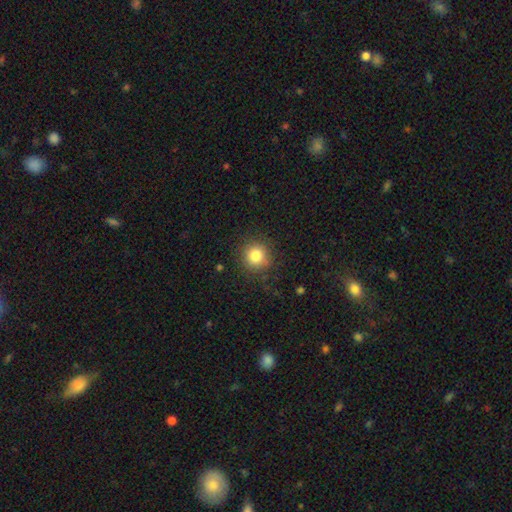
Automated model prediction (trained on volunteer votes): Smooth or featured?
  - smooth: 82% *
  - star or artifact: 11%
  - featured or disk: 6%
How rounded?
  - round: 93% *
  - in between: 6%
  - cigar-shaped: 1%
Merging?
  - none: 86% *
  - minor disturbance: 9%
  - major disturbance: 4%
  - merger: 1%